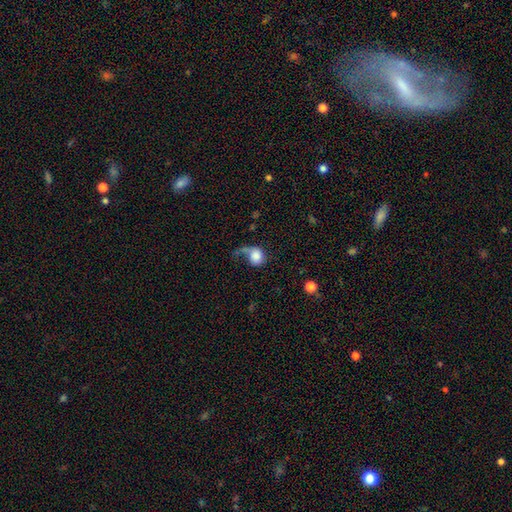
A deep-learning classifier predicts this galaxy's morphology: smooth_or_featured: smooth (p=0.75) [alt: featured or disk p=0.17]
how_rounded: round (p=0.71) [alt: in between p=0.28]
merging: major disturbance (p=0.39) [alt: none p=0.30]